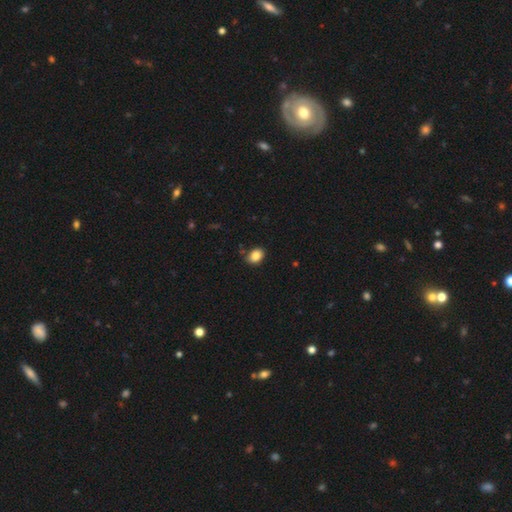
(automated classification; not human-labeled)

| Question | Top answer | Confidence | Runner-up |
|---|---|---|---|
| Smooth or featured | smooth | 87% | star or artifact (9%) |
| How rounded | in between | 69% | round (30%) |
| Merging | none | 80% | minor disturbance (15%) |